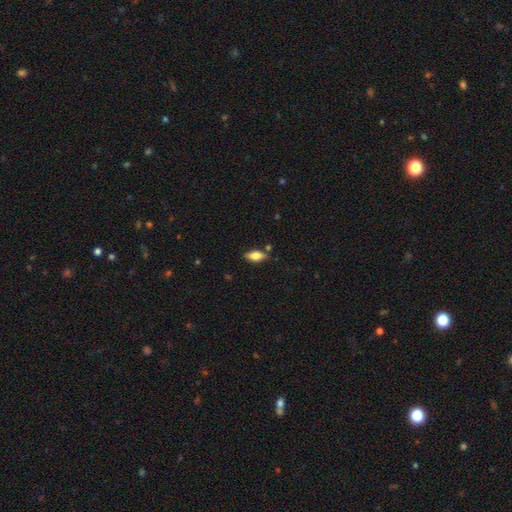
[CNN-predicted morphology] Smooth or featured? Predicted: smooth (p=0.70). How rounded? Predicted: in between (p=0.84). Merging? Predicted: none (p=0.76).